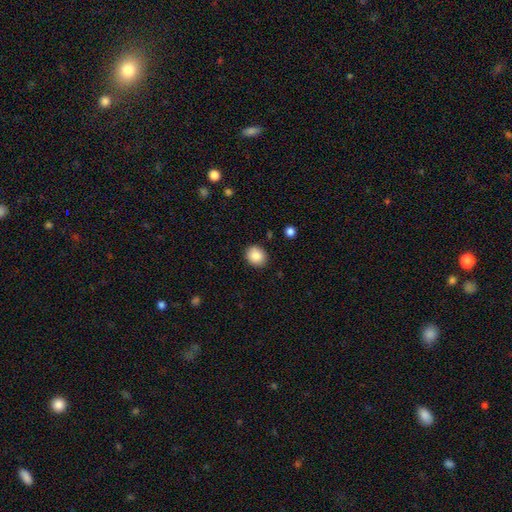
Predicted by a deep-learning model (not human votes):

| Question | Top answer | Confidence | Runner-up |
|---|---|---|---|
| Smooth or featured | smooth | 87% | star or artifact (8%) |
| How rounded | round | 68% | in between (31%) |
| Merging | none | 89% | minor disturbance (7%) |